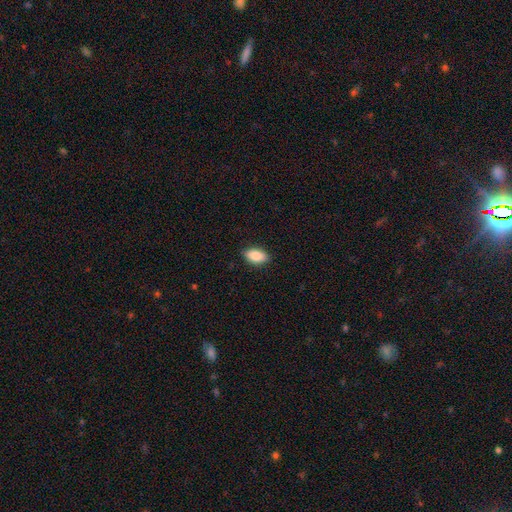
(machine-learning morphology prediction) Overall: smooth (88%). How rounded: in between (92%). Merging: none (88%).